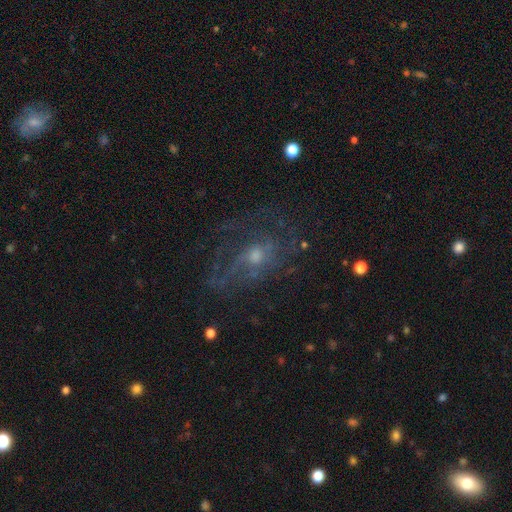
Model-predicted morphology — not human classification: Smooth or featured: featured or disk — 57% (star or artifact — 22%)
Edge-on disk: no — 94% (yes — 6%)
Bar: no — 76% (weak — 20%)
Spiral arms: yes — 60% (no — 40%)
Bulge size: small — 49% (moderate — 43%)
Merging: none — 61% (major disturbance — 19%)